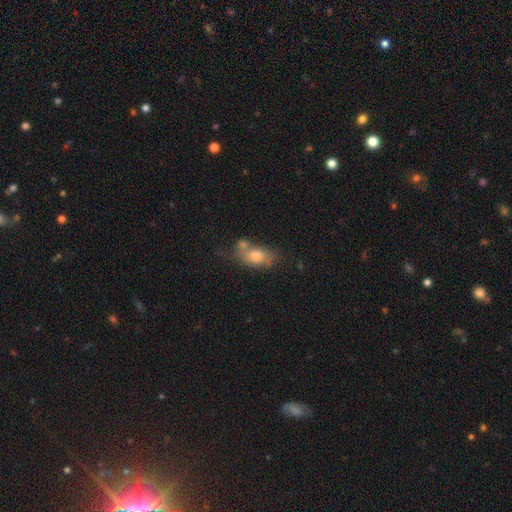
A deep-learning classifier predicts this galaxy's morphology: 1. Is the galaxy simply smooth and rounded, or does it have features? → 70% smooth, 21% featured or disk, 9% star or artifact.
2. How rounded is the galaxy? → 79% in between, 18% round, 3% cigar-shaped.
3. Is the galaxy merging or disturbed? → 43% none, 31% merger, 19% minor disturbance, 8% major disturbance.